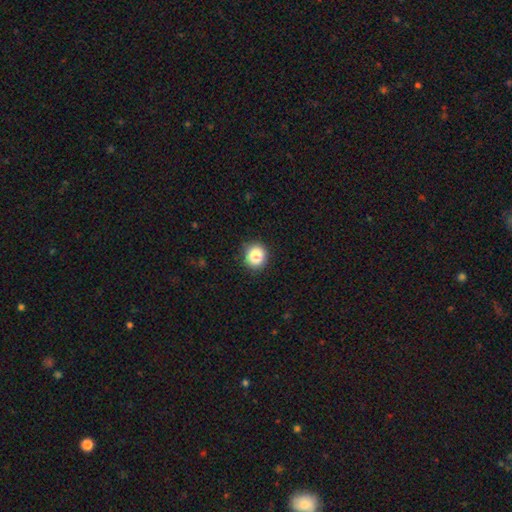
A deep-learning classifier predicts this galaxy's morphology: smooth 85%, star or artifact 10%, featured or disk 5%. Down the decision tree: how rounded — round (87%); merging — none (88%).